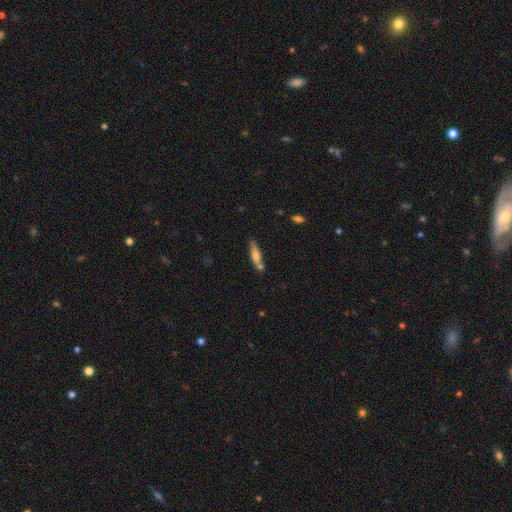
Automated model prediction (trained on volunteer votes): This appears to be a smooth galaxy with no disk features (56%) that is cigar-shaped (72%). Merging: none (66%).